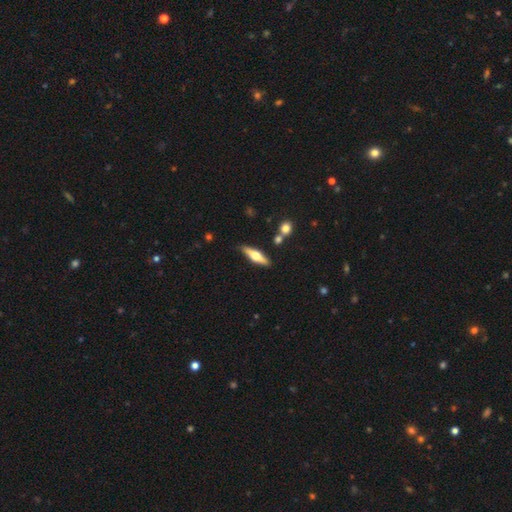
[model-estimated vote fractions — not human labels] Smooth or featured? Predicted: featured or disk (p=0.60). Edge-on disk? Predicted: yes (p=0.94). Edge-on bulge? Predicted: rounded (p=0.94). Merging? Predicted: none (p=0.84).